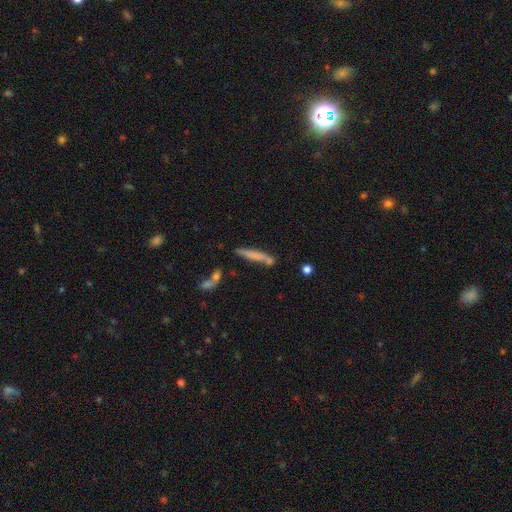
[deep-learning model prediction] This is likely a smooth galaxy (64%). How rounded: clearly cigar-shaped (91%). Merging: likely none (68%).